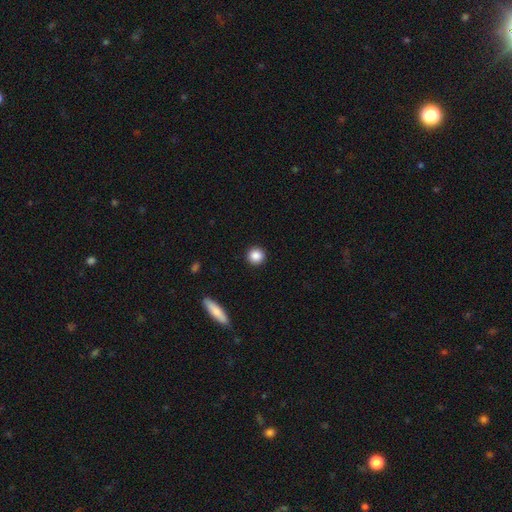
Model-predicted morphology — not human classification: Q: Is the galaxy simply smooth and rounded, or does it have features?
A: smooth — 87%.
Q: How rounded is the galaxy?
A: round — 93%.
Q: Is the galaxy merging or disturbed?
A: none — 92%.